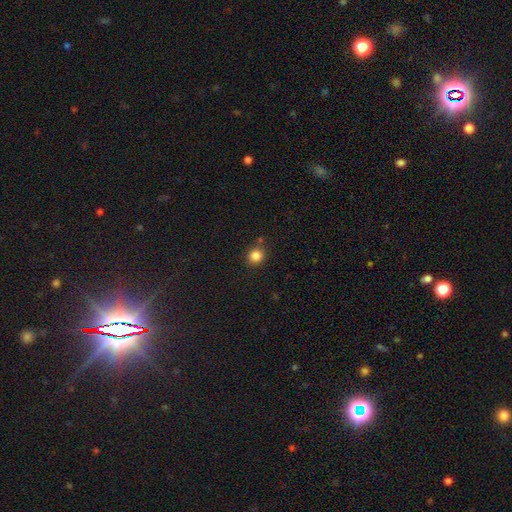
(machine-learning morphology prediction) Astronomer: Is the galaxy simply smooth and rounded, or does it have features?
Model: smooth — 84%.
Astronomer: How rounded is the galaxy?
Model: round — 91%.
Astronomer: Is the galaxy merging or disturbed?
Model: none — 80%.